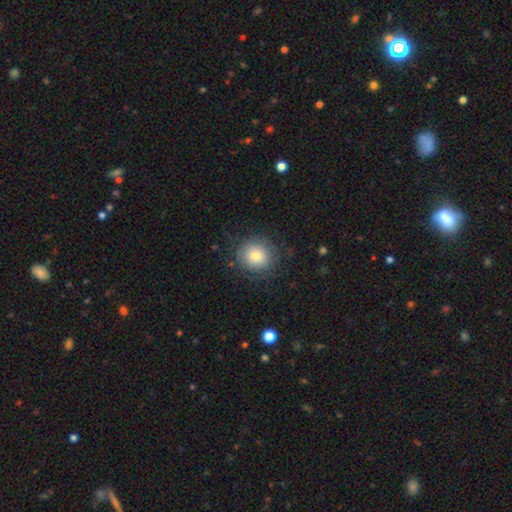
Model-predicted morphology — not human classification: Q: Smooth or featured?
A: smooth (76%); runner-up: featured or disk (15%)
Q: How rounded?
A: round (89%); runner-up: in between (10%)
Q: Merging?
A: none (81%); runner-up: minor disturbance (12%)